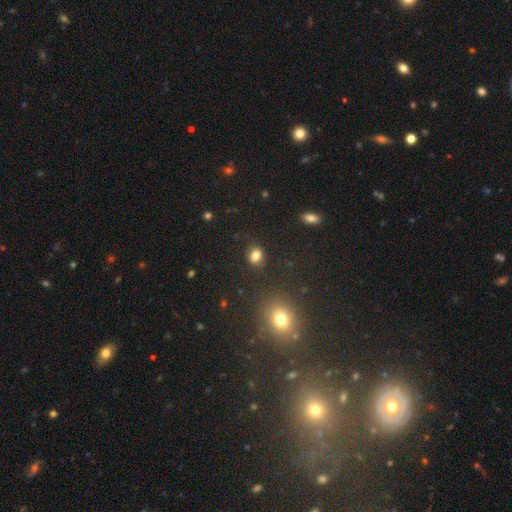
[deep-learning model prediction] smooth 82%, star or artifact 12%, featured or disk 6%. Down the decision tree: how rounded — round (52%); merging — none (85%).